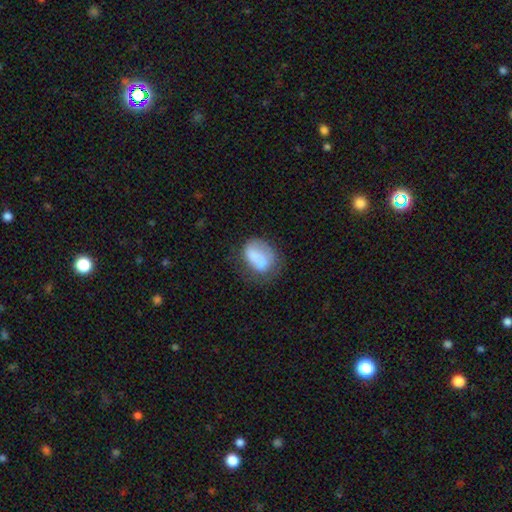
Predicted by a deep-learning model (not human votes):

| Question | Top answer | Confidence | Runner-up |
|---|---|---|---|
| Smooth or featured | smooth | 68% | featured or disk (24%) |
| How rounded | in between | 72% | round (27%) |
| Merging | none | 39% | minor disturbance (26%) |